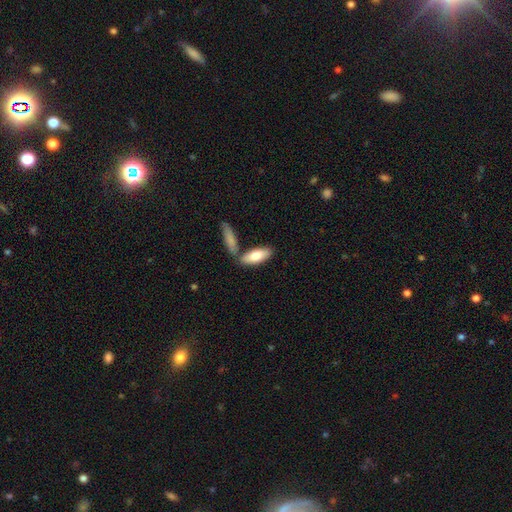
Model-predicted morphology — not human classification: This appears to be a smooth galaxy with no disk features (78%) that is in between round and cigar-shaped (69%). Merging: none (63%).